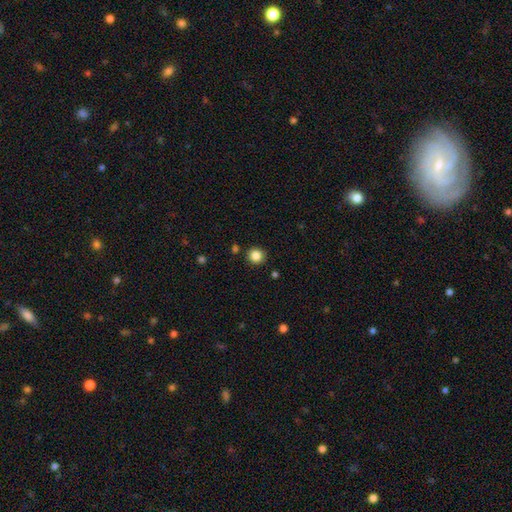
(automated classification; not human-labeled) Smooth or featured? Predicted: smooth (p=0.85). How rounded? Predicted: round (p=0.93). Merging? Predicted: none (p=0.89).